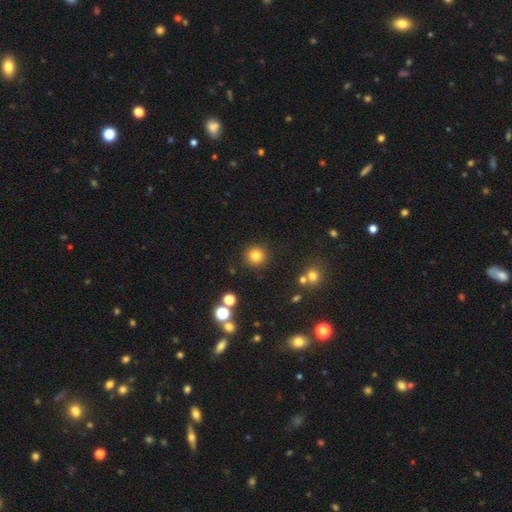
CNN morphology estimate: Q: Smooth or featured?
A: smooth (80%); runner-up: star or artifact (13%)
Q: How rounded?
A: round (94%); runner-up: in between (5%)
Q: Merging?
A: none (89%); runner-up: minor disturbance (6%)